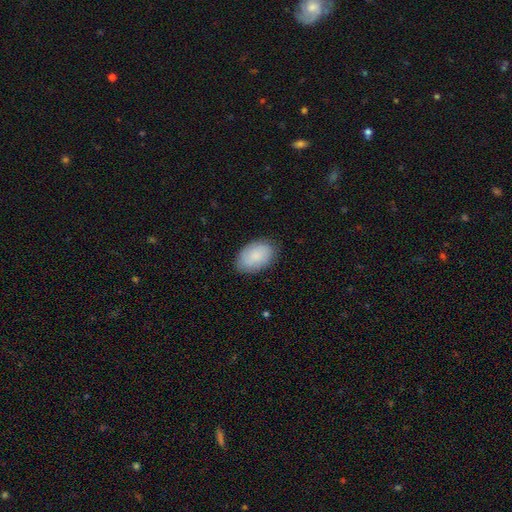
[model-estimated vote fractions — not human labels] smooth_or_featured: smooth (p=0.82) [alt: featured or disk p=0.12]
how_rounded: in between (p=0.90) [alt: round p=0.08]
merging: none (p=0.84) [alt: minor disturbance p=0.12]